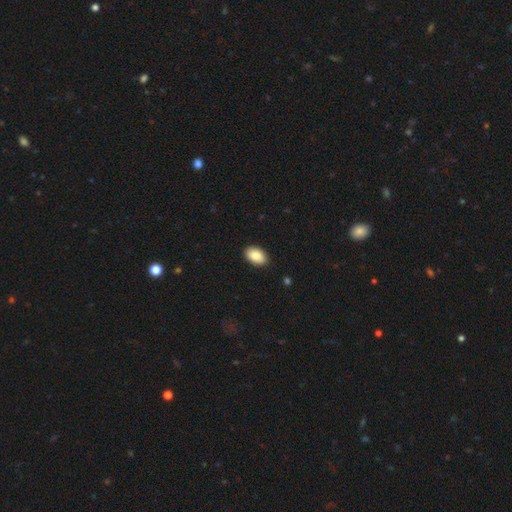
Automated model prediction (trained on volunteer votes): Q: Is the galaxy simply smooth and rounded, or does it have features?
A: smooth — 89%.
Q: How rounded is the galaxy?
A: in between — 92%.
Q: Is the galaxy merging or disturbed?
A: none — 89%.